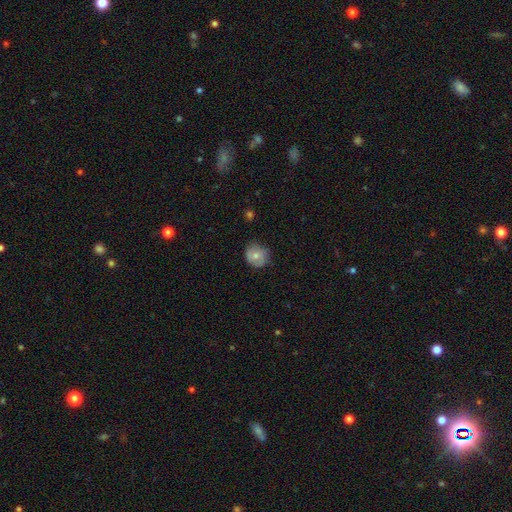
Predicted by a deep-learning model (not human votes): Smooth or featured? Predicted: smooth (p=0.66). How rounded? Predicted: round (p=0.85). Merging? Predicted: none (p=0.73).